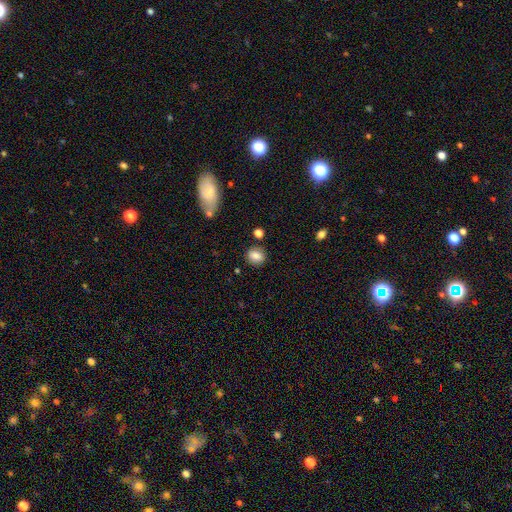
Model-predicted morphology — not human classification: smooth-or-featured: smooth: 82% | star or artifact: 10% | featured or disk: 9%
  how-rounded: round: 66% | in between: 32% | cigar-shaped: 1%
  merging: none: 83% | minor disturbance: 10% | merger: 4% | major disturbance: 3%